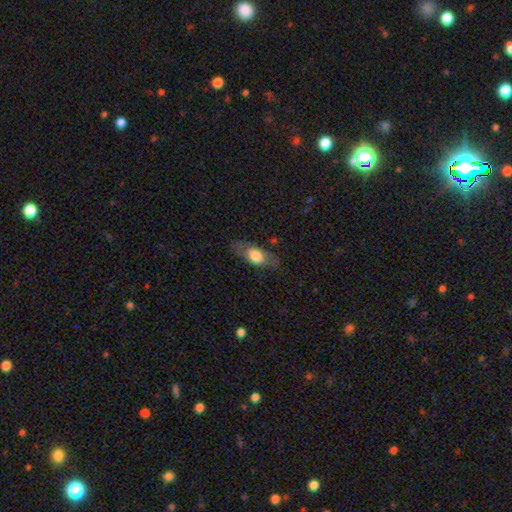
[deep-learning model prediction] Overall: smooth (64%; featured or disk 29%). How rounded: in between (77%). Merging: none (70%).